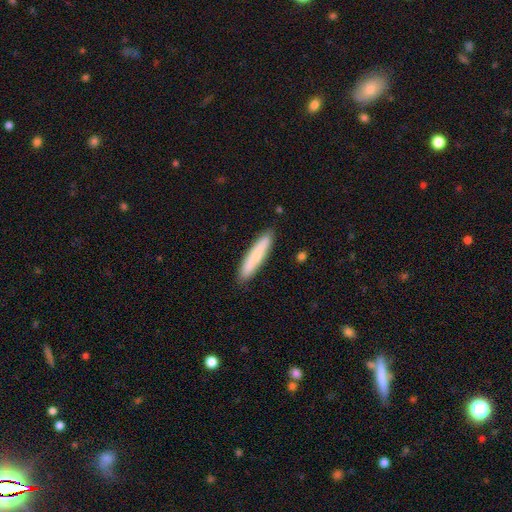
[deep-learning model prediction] Overall: smooth (75%). How rounded: cigar-shaped (88%). Merging: none (87%).